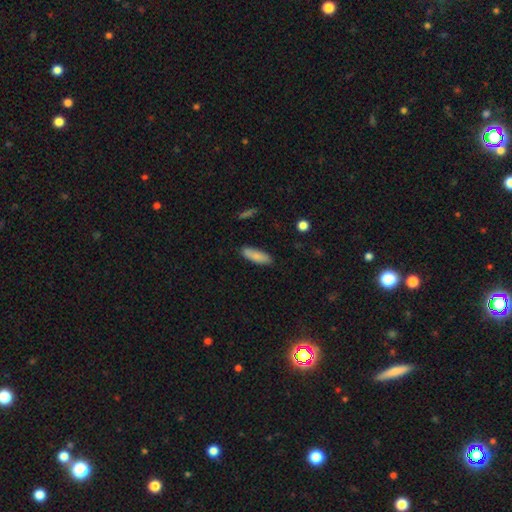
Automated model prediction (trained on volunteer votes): Smooth or featured?
  - smooth: 83% *
  - featured or disk: 11%
  - star or artifact: 6%
How rounded?
  - in between: 53% *
  - cigar-shaped: 45%
  - round: 2%
Merging?
  - none: 85% *
  - minor disturbance: 11%
  - major disturbance: 2%
  - merger: 2%